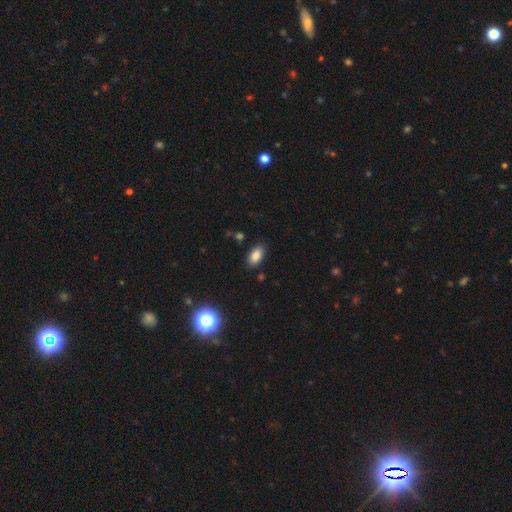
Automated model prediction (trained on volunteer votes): smooth 85%, star or artifact 10%, featured or disk 6%. Down the decision tree: how rounded — in between (92%); merging — none (86%).